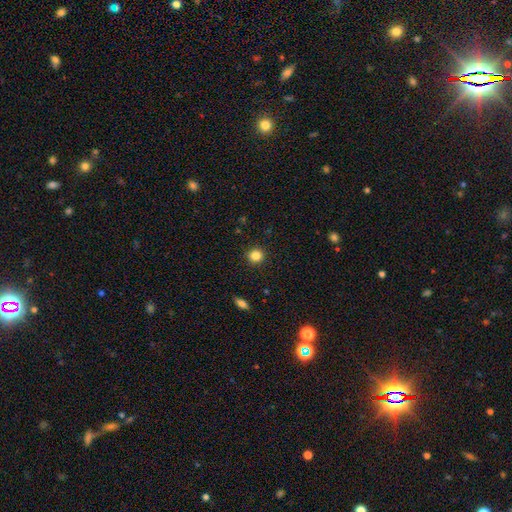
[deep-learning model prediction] smooth 84%, star or artifact 12%, featured or disk 5%. Down the decision tree: how rounded — round (92%); merging — none (92%).